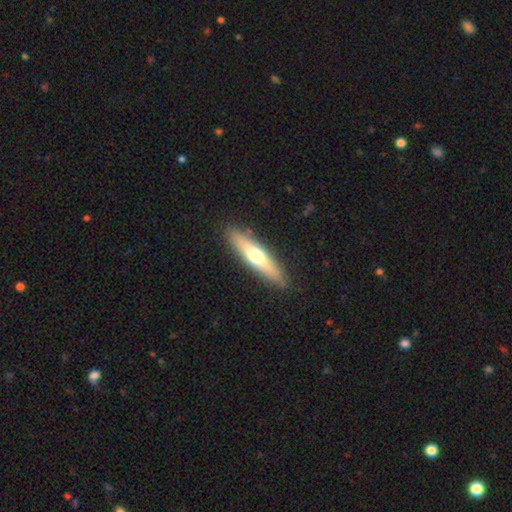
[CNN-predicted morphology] Overall: smooth (55%; featured or disk 40%). How rounded: cigar-shaped (79%). Merging: none (89%).